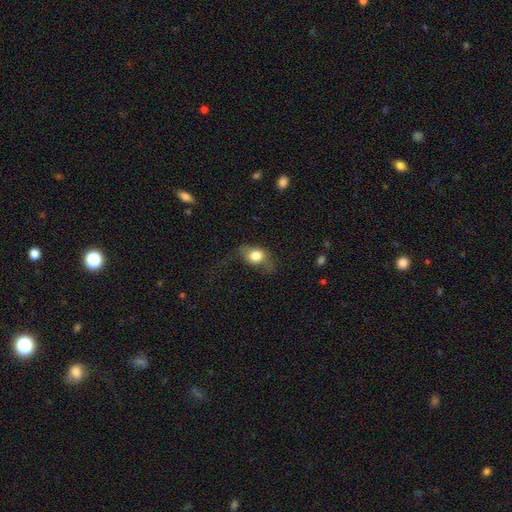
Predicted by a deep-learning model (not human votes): Q: Smooth or featured?
A: smooth (75%); runner-up: featured or disk (17%)
Q: How rounded?
A: in between (65%); runner-up: round (32%)
Q: Merging?
A: none (43%); runner-up: major disturbance (27%)